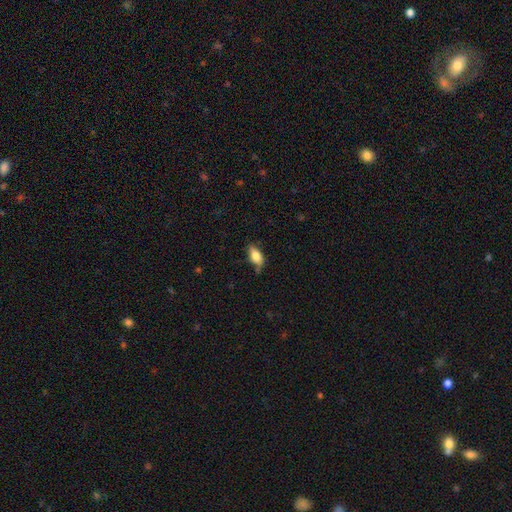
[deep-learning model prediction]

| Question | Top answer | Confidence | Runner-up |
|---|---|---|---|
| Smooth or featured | smooth | 78% | featured or disk (15%) |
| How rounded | in between | 86% | cigar-shaped (10%) |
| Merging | none | 68% | minor disturbance (24%) |